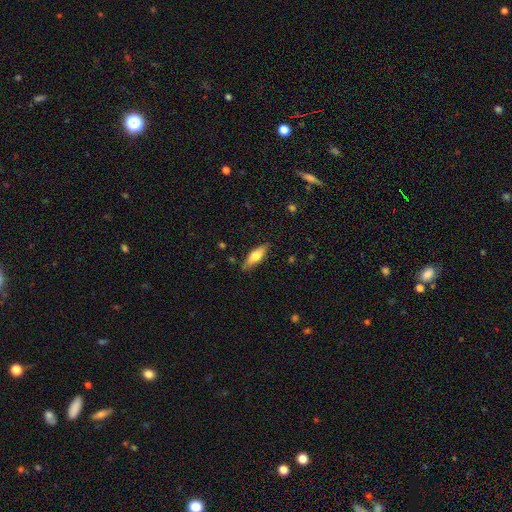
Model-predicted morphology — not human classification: Smooth or featured?
  - smooth: 56% *
  - featured or disk: 37%
  - star or artifact: 6%
How rounded?
  - in between: 52% *
  - cigar-shaped: 45%
  - round: 2%
Merging?
  - none: 85% *
  - minor disturbance: 11%
  - major disturbance: 2%
  - merger: 1%